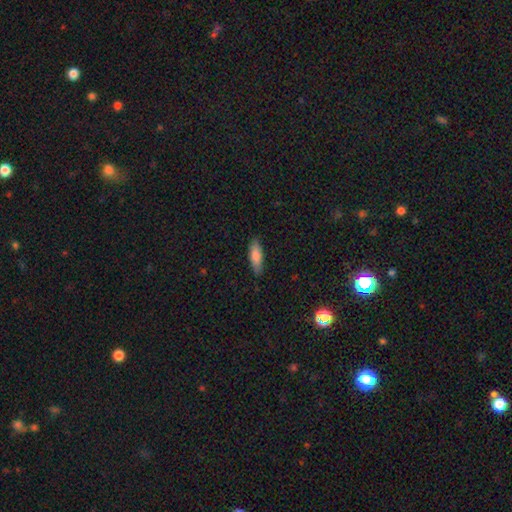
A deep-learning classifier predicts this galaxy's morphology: Q: Smooth or featured?
A: smooth (80%); runner-up: featured or disk (14%)
Q: How rounded?
A: in between (55%); runner-up: cigar-shaped (43%)
Q: Merging?
A: none (86%); runner-up: minor disturbance (11%)